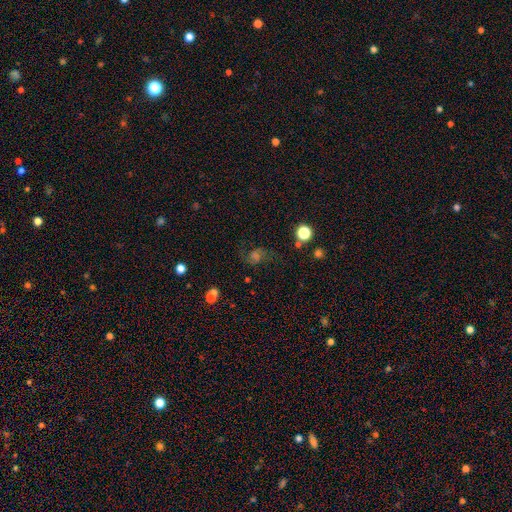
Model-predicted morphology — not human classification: Overall: featured or disk (46%; star or artifact 27%). Merging: none (61%).